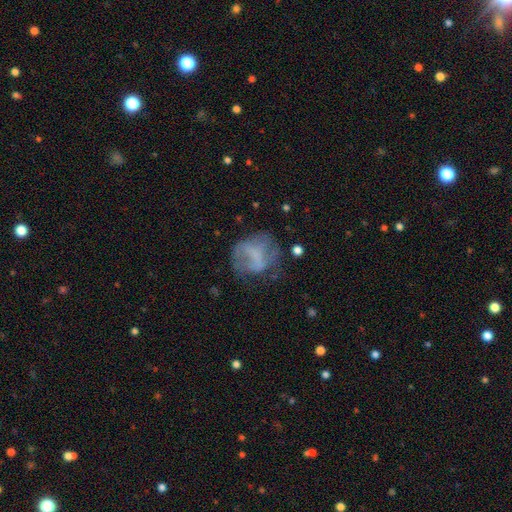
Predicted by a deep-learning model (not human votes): A smooth galaxy with no disk features (45%). Merging: none (44%).